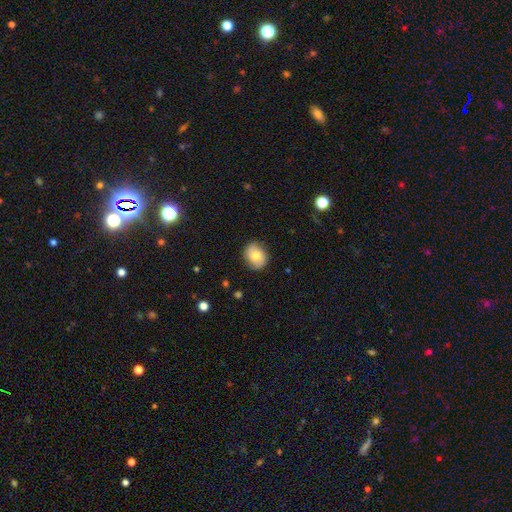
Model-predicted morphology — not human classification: A smooth galaxy with no disk features (68%) that is round (53%).

Vote fractions:
- Smooth or featured? smooth: 68% / featured or disk: 23% / star or artifact: 8%
- How rounded? round: 53% / in between: 46% / cigar-shaped: 1%
- Merging? none: 82% / minor disturbance: 14% / major disturbance: 3% / merger: 1%